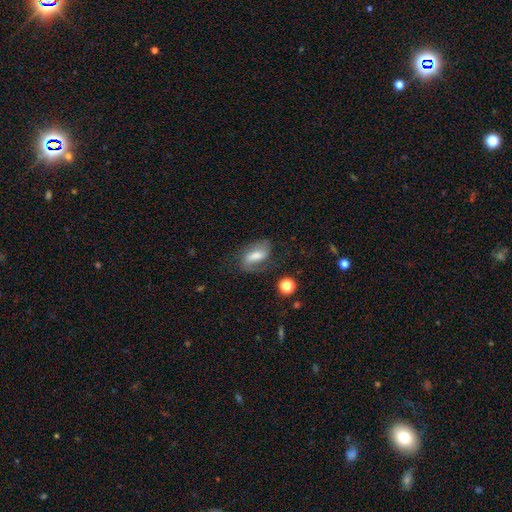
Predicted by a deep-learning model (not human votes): Smooth or featured? featured or disk (57%)
Edge-on disk? no (93%)
Bar? weak (42%)
Spiral arms? yes (87%)
Bulge size? moderate (44%)
Merging? none (61%)